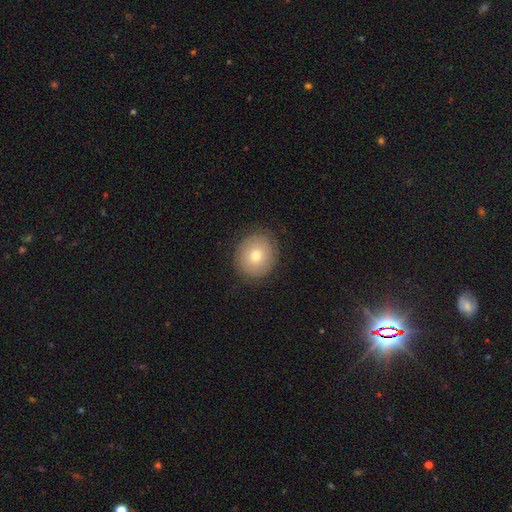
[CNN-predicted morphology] This appears to be a smooth galaxy with no disk features (70%) that is round (78%). Merging: none (85%).